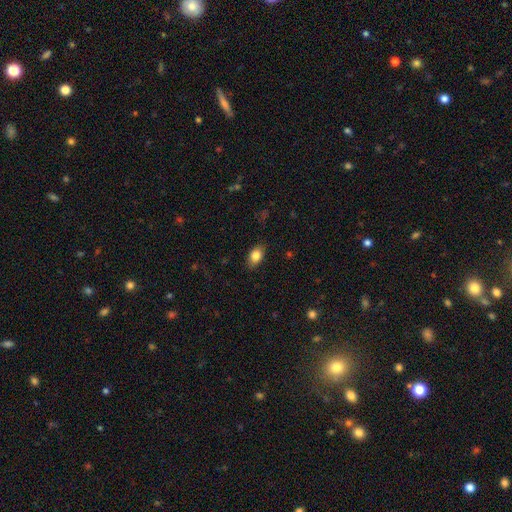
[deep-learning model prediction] A smooth galaxy with no disk features (83%) that is in between round and cigar-shaped (85%).

Vote fractions:
- Smooth or featured? smooth: 83% / featured or disk: 9% / star or artifact: 8%
- How rounded? in between: 85% / round: 12% / cigar-shaped: 2%
- Merging? none: 85% / minor disturbance: 11% / major disturbance: 3% / merger: 1%